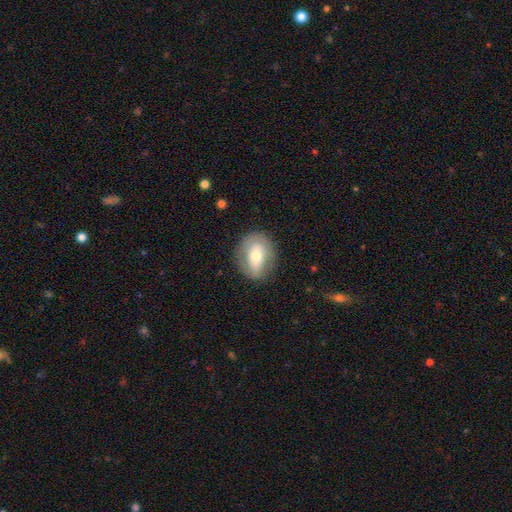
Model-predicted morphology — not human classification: This appears to be a smooth galaxy with no disk features (55%) that is in between round and cigar-shaped (58%). Merging: none (81%).